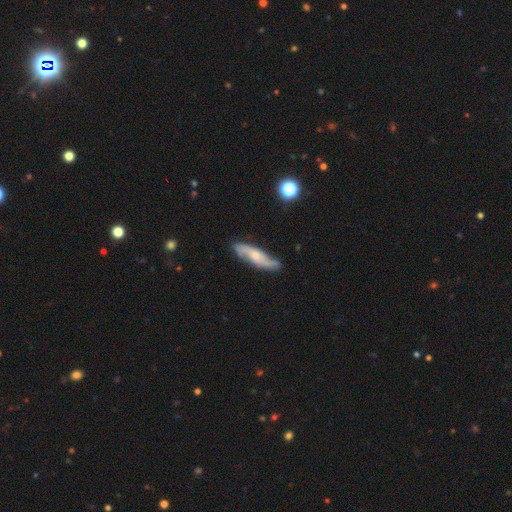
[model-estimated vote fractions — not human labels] Q: Smooth or featured?
A: featured or disk (66%); runner-up: smooth (28%)
Q: Edge-on disk?
A: no (74%); runner-up: yes (26%)
Q: Merging?
A: none (77%); runner-up: minor disturbance (18%)